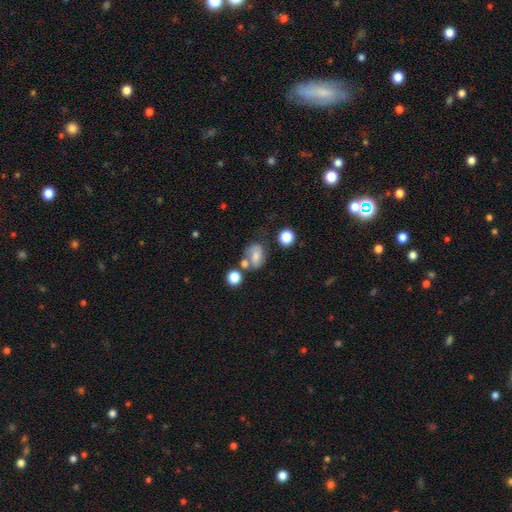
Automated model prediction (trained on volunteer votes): A smooth galaxy with no disk features (52%) that is in between round and cigar-shaped (59%). Merging: none (44%).